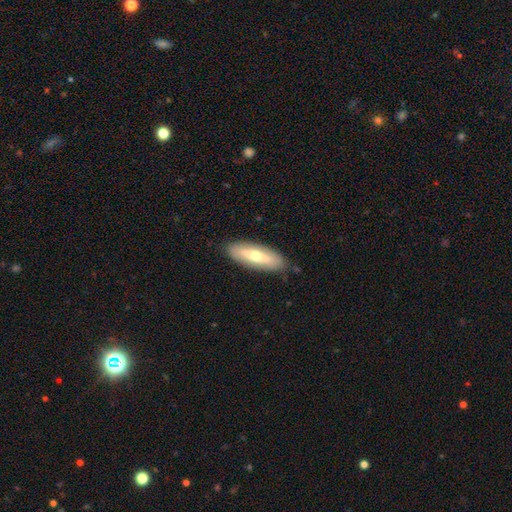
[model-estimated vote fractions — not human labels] smooth-or-featured: smooth: 55% | featured or disk: 40% | star or artifact: 5%
  how-rounded: in between: 58% | cigar-shaped: 40% | round: 2%
  merging: none: 86% | minor disturbance: 10% | major disturbance: 2% | merger: 1%